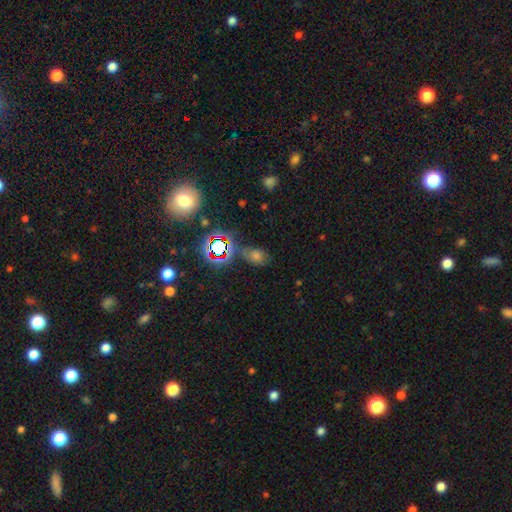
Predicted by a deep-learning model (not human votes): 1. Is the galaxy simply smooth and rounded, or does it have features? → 50% star or artifact, 40% smooth, 11% featured or disk.